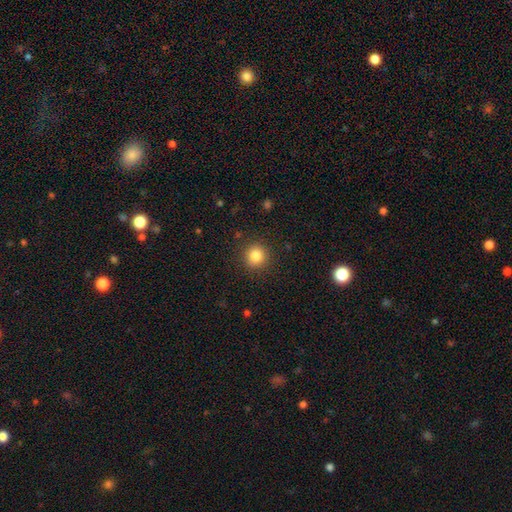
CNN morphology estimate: Smooth or featured?
  - smooth: 83% *
  - star or artifact: 11%
  - featured or disk: 5%
How rounded?
  - round: 92% *
  - in between: 7%
  - cigar-shaped: 1%
Merging?
  - none: 89% *
  - minor disturbance: 7%
  - major disturbance: 3%
  - merger: 1%